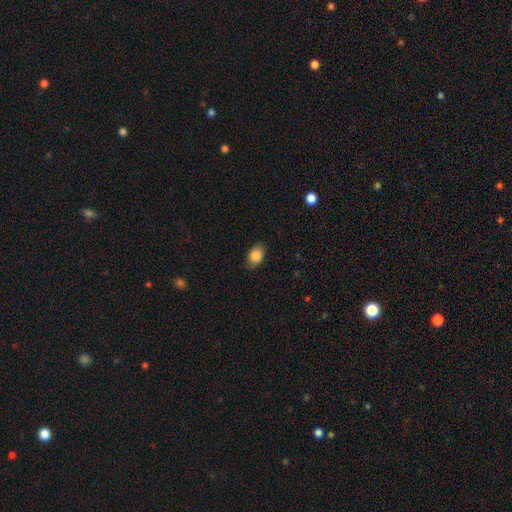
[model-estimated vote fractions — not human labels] Smooth or featured? Predicted: smooth (p=0.86). How rounded? Predicted: in between (p=0.81). Merging? Predicted: none (p=0.84).